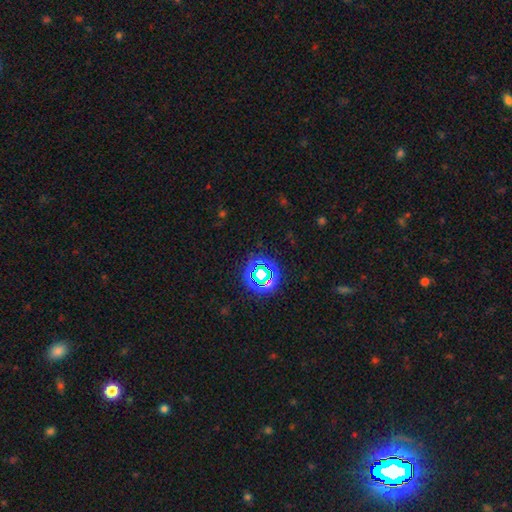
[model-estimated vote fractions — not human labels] This appears to be a star or artifact, not a galaxy (66%).